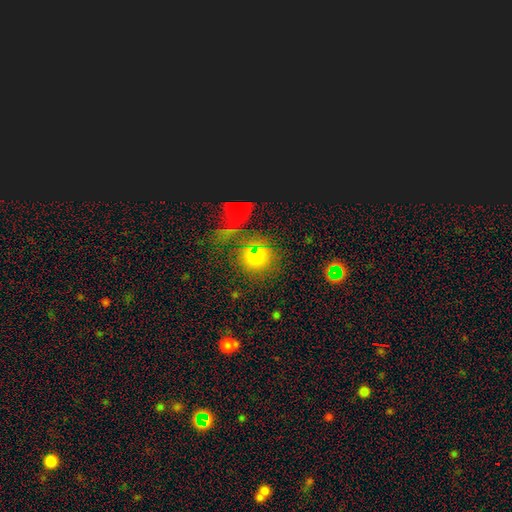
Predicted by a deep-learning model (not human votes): Smooth or featured: smooth — 64% (star or artifact — 24%)
How rounded: round — 82% (in between — 16%)
Merging: none — 59% (merger — 18%)